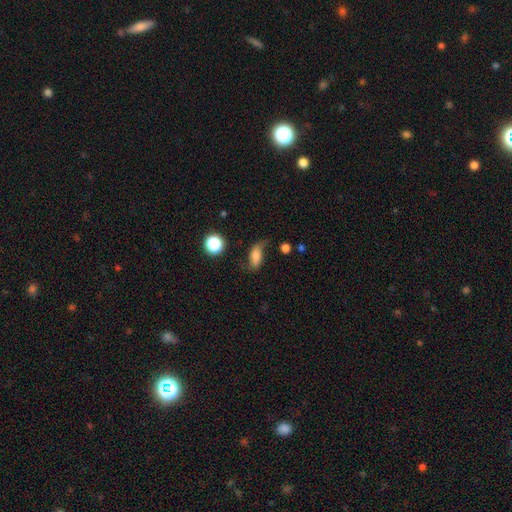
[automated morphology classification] Smooth or featured: smooth — 64% (featured or disk — 24%)
How rounded: in between — 81% (cigar-shaped — 10%)
Merging: none — 54% (minor disturbance — 29%)